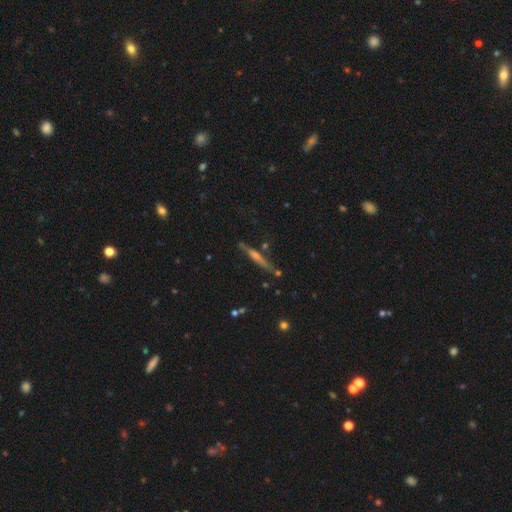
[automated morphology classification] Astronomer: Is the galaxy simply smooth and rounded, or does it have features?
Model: featured or disk — 67%.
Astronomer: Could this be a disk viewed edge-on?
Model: yes — 96%.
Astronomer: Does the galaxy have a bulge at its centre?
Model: rounded — 59%.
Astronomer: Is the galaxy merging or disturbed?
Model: none — 80%.